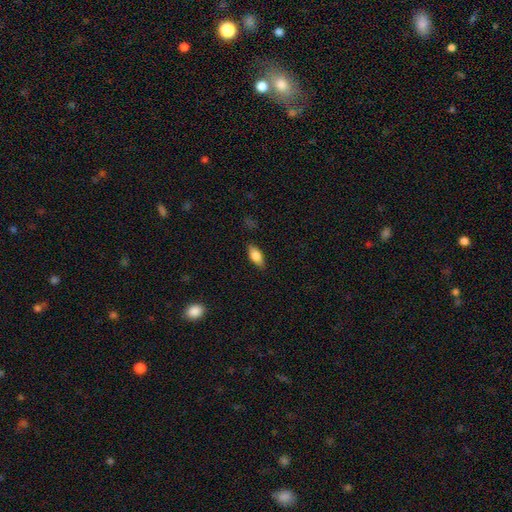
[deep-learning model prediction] smooth_or_featured: smooth (p=0.76) [alt: featured or disk p=0.17]
how_rounded: in between (p=0.83) [alt: cigar-shaped p=0.13]
merging: none (p=0.85) [alt: minor disturbance p=0.11]